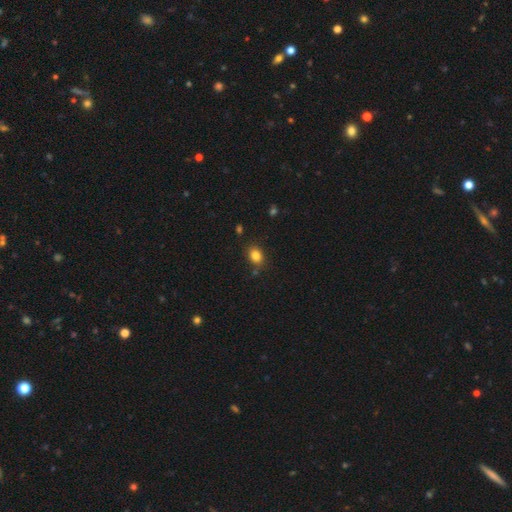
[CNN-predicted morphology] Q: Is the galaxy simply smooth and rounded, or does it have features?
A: smooth — 84%.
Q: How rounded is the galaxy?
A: in between — 67%.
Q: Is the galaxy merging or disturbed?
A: none — 81%.